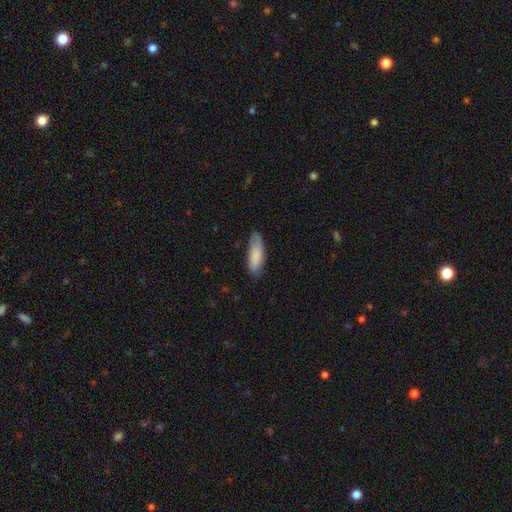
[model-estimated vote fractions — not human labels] Overall: smooth (84%). How rounded: in between (61%; cigar-shaped 38%). Merging: none (73%).